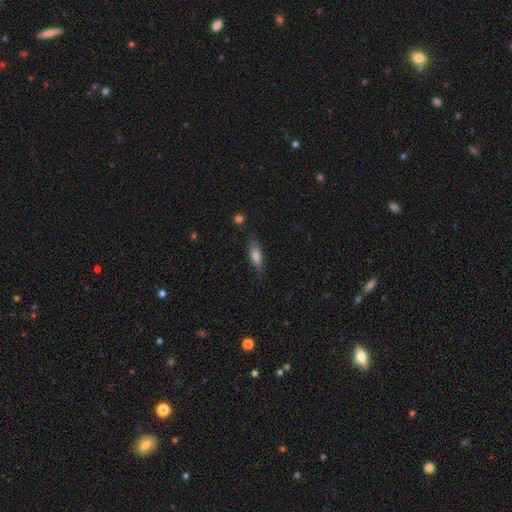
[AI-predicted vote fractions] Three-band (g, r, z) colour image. It shows a smooth galaxy with no disk features (69%) that is in between round and cigar-shaped (61%). Merging: none (70%).